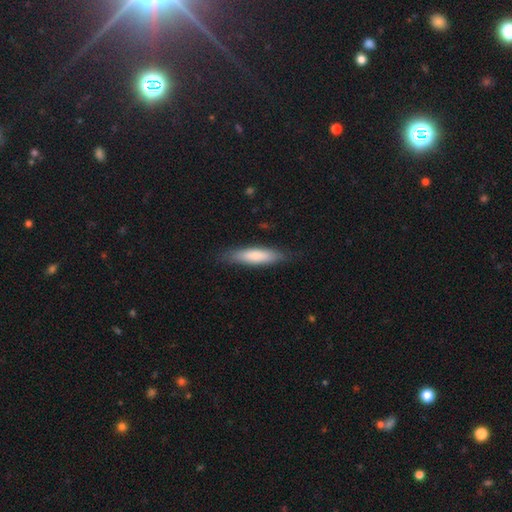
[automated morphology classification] This appears to be a smooth galaxy with no disk features (78%) that is cigar-shaped (69%). Merging: none (82%).